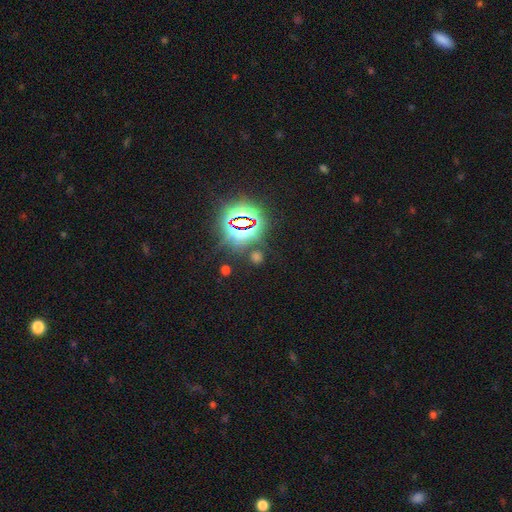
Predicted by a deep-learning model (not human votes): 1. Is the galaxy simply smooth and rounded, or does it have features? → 64% star or artifact, 29% smooth, 7% featured or disk.